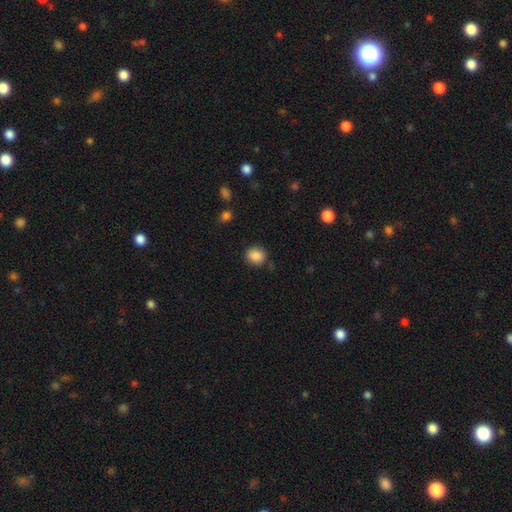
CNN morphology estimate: This appears to be a smooth galaxy with no disk features (87%) that is round (68%). Merging: none (82%).